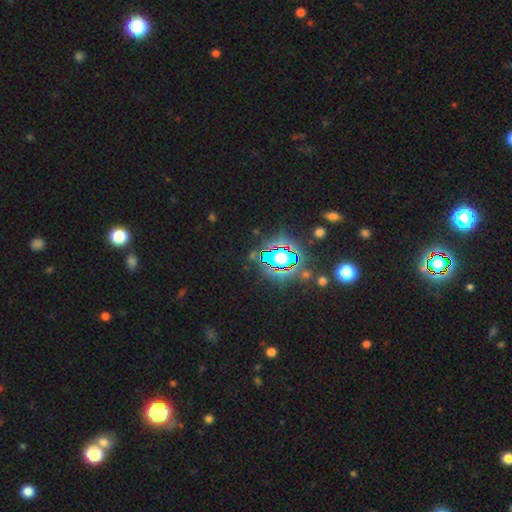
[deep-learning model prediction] Smooth or featured? star or artifact (76%)